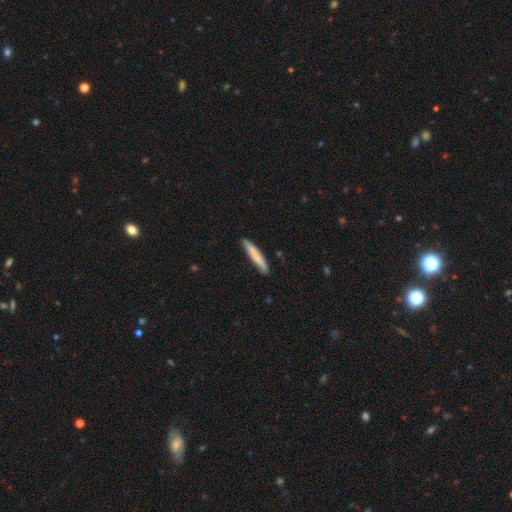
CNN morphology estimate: smooth_or_featured: smooth (p=0.75) [alt: featured or disk p=0.19]
how_rounded: cigar-shaped (p=0.94) [alt: in between p=0.05]
merging: none (p=0.85) [alt: minor disturbance p=0.12]